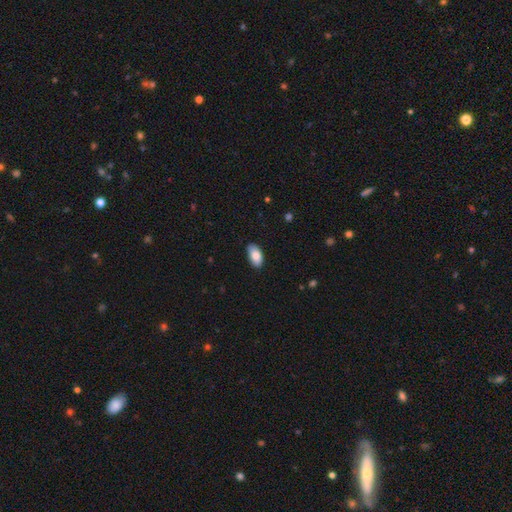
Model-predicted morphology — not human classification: The model was most divided on "merging": none: 83%, minor disturbance: 14%, major disturbance: 2%, merger: 1%. More confident: how rounded — in between (94%); smooth or featured — smooth (83%).